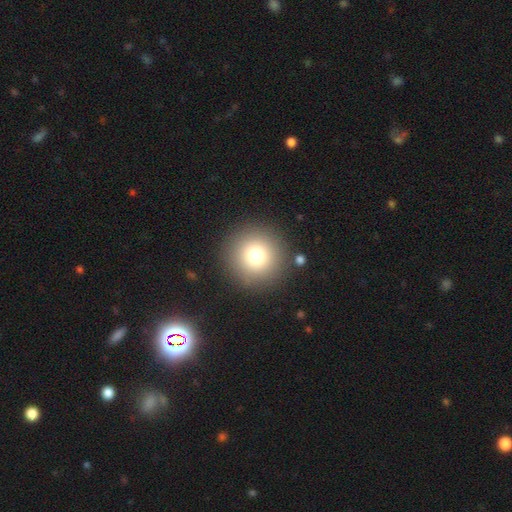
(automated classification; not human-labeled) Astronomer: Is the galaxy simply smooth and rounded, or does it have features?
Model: smooth — 76%.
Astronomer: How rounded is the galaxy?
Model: round — 96%.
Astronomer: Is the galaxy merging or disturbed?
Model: none — 89%.